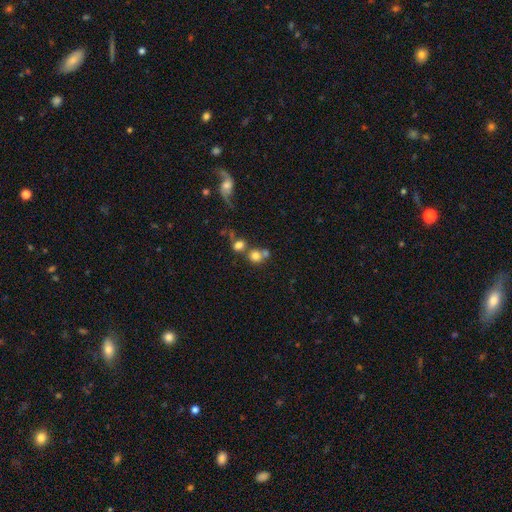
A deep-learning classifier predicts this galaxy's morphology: Overall: smooth (76%). How rounded: round (81%). Merging: none (44%; merger 41%).